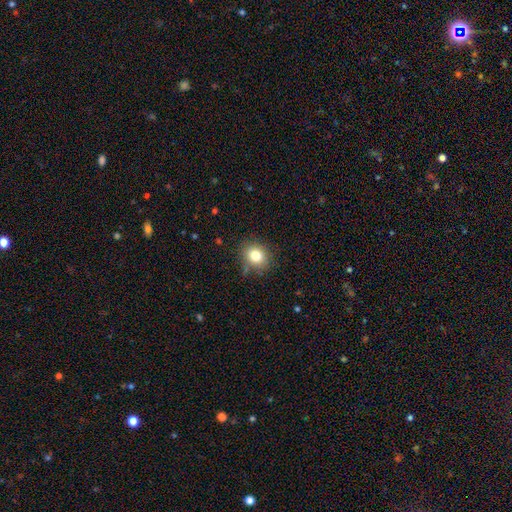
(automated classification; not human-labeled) Q: Smooth or featured?
A: smooth (80%); runner-up: star or artifact (12%)
Q: How rounded?
A: round (74%); runner-up: in between (25%)
Q: Merging?
A: none (82%); runner-up: minor disturbance (13%)